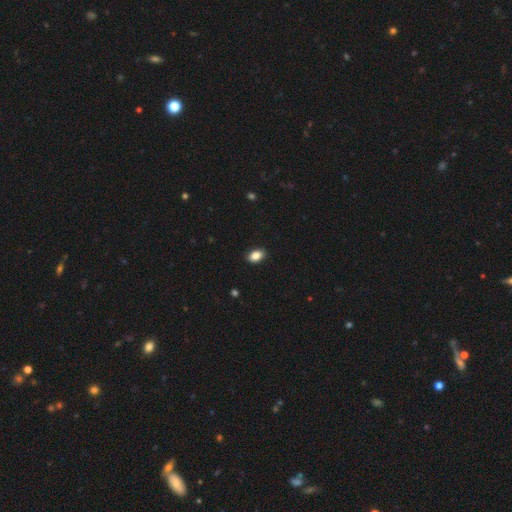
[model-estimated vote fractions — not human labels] smooth 87%, star or artifact 8%, featured or disk 5%. Down the decision tree: how rounded — in between (85%); merging — none (89%).